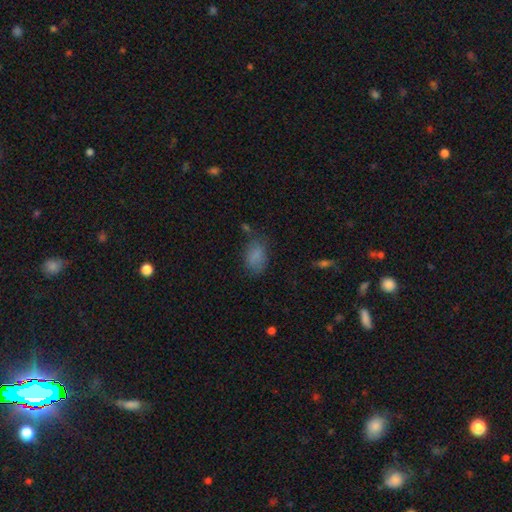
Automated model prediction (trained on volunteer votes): Smooth or featured?
  - smooth: 80% *
  - star or artifact: 11%
  - featured or disk: 9%
How rounded?
  - in between: 87% *
  - round: 11%
  - cigar-shaped: 2%
Merging?
  - none: 65% *
  - minor disturbance: 23%
  - major disturbance: 8%
  - merger: 4%